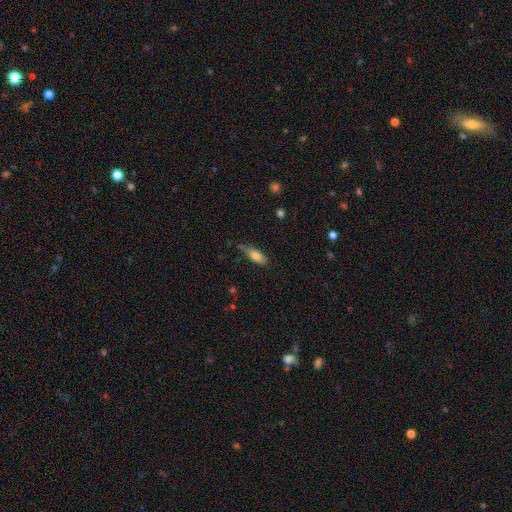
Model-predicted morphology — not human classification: This is likely a smooth galaxy (77%). How rounded: likely in between (66%). Merging: possibly none (57%).